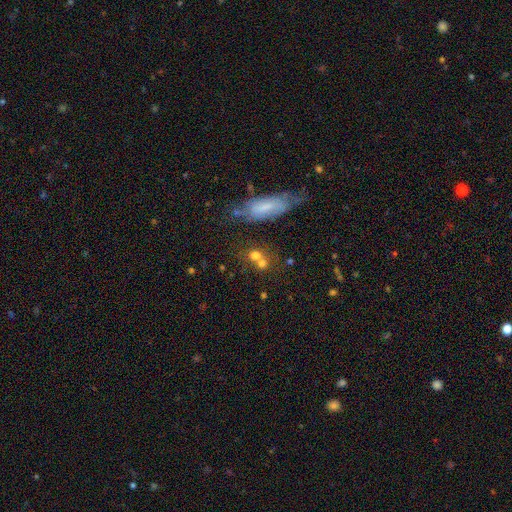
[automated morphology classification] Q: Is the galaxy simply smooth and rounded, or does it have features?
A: smooth — 68%.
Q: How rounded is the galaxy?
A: round — 67%.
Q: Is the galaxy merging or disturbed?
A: none — 45%.